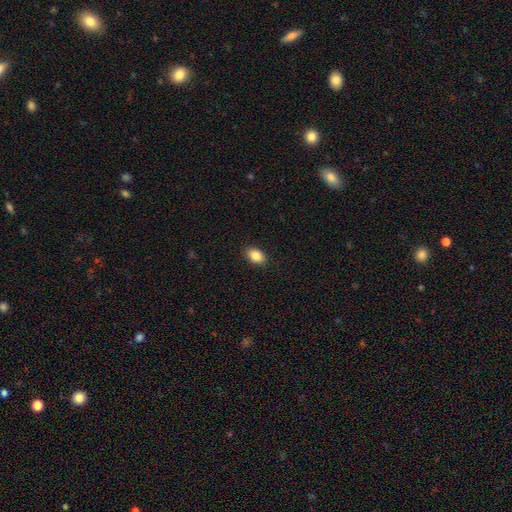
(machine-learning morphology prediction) A smooth galaxy with no disk features (86%) that is in between round and cigar-shaped (84%).

Vote fractions:
- Smooth or featured? smooth: 86% / star or artifact: 8% / featured or disk: 5%
- How rounded? in between: 84% / round: 15% / cigar-shaped: 1%
- Merging? none: 89% / minor disturbance: 8% / major disturbance: 2% / merger: 1%